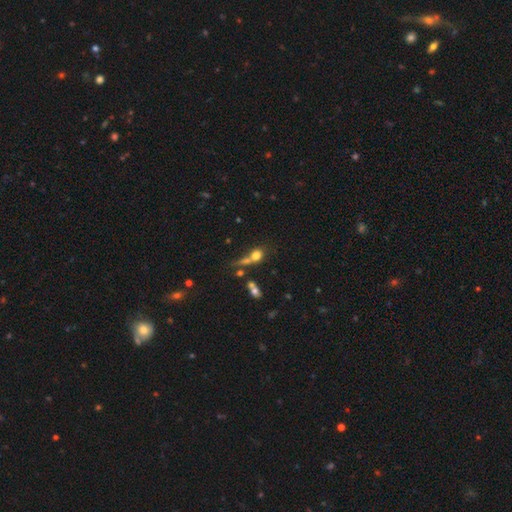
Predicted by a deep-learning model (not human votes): A smooth galaxy with no disk features (70%) that is round (59%). Merging: merger (41%).